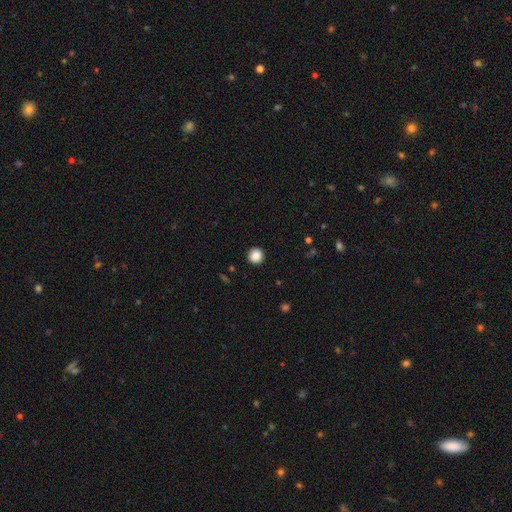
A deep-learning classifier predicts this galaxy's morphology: A smooth galaxy with no disk features (87%) that is round (95%). Merging: none (92%).